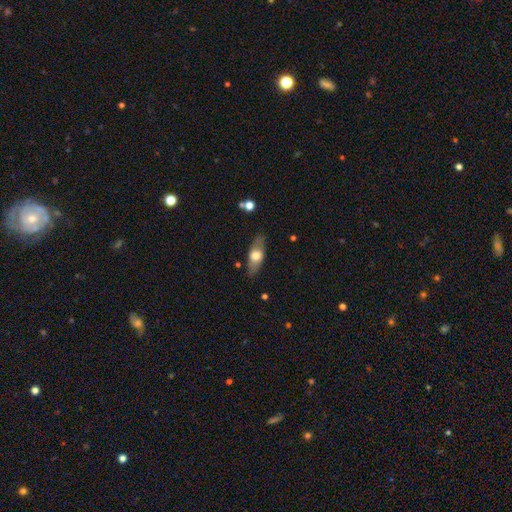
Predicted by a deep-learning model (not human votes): Smooth or featured? smooth (55%)
How rounded? in between (71%)
Merging? none (80%)